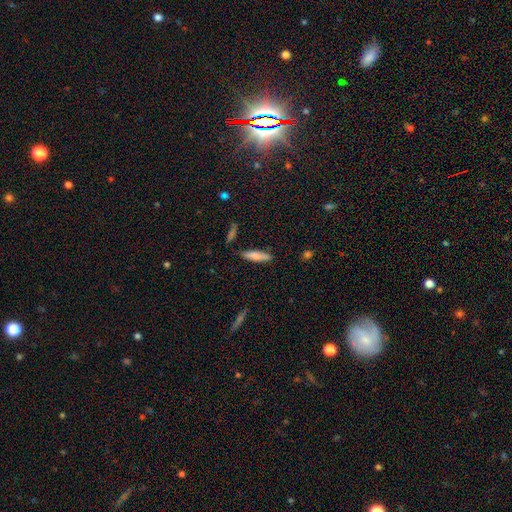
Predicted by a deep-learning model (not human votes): Smooth or featured: smooth — 75% (featured or disk — 19%)
How rounded: cigar-shaped — 77% (in between — 21%)
Merging: none — 82% (minor disturbance — 12%)